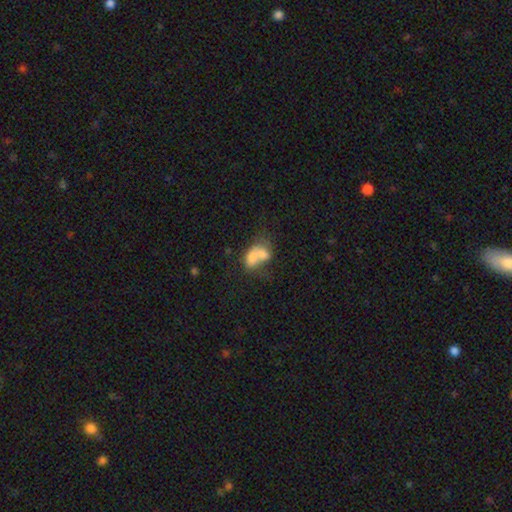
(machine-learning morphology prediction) A smooth galaxy with no disk features (65%) that is in between round and cigar-shaped (78%).

Vote fractions:
- Smooth or featured? smooth: 65% / featured or disk: 25% / star or artifact: 10%
- How rounded? in between: 78% / round: 20% / cigar-shaped: 2%
- Merging? merger: 67% / none: 14% / major disturbance: 10% / minor disturbance: 8%